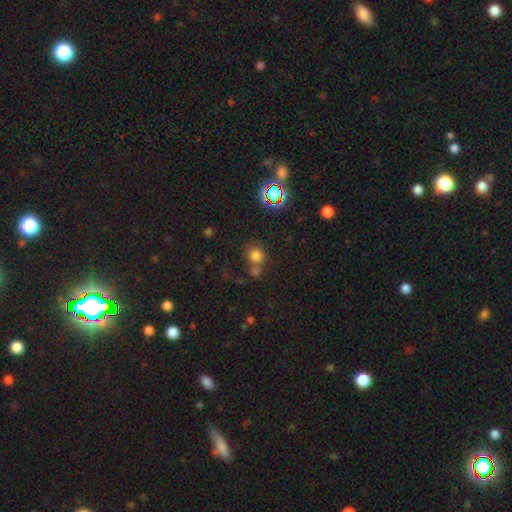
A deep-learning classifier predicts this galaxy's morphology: Smooth or featured?
  - smooth: 71% *
  - star or artifact: 21%
  - featured or disk: 8%
How rounded?
  - round: 85% *
  - in between: 14%
  - cigar-shaped: 1%
Merging?
  - none: 52% *
  - merger: 32%
  - minor disturbance: 10%
  - major disturbance: 7%